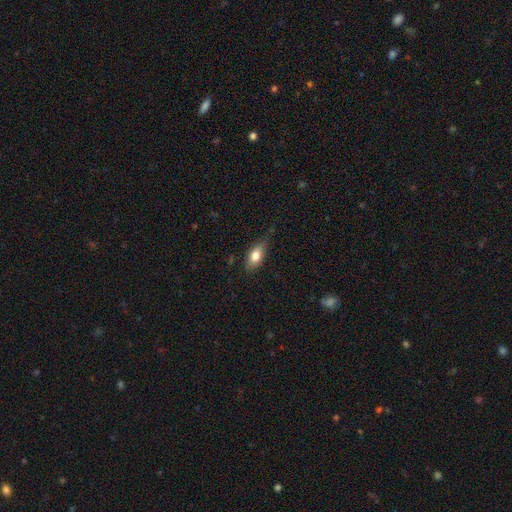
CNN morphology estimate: Smooth or featured?
  - smooth: 74% *
  - featured or disk: 18%
  - star or artifact: 8%
How rounded?
  - in between: 81% *
  - cigar-shaped: 11%
  - round: 8%
Merging?
  - none: 61% *
  - minor disturbance: 30%
  - major disturbance: 7%
  - merger: 2%